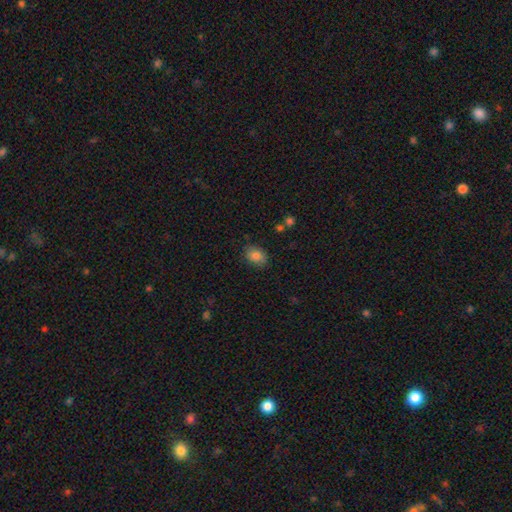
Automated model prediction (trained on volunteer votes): smooth-or-featured: smooth: 85% | star or artifact: 9% | featured or disk: 6%
  how-rounded: in between: 74% | round: 24% | cigar-shaped: 1%
  merging: none: 80% | minor disturbance: 15% | major disturbance: 3% | merger: 2%